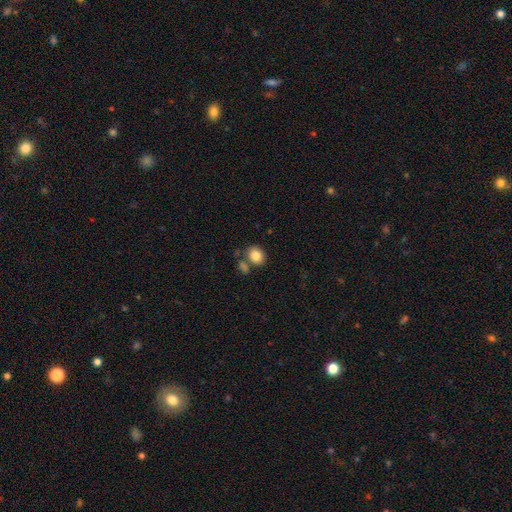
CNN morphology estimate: A smooth galaxy with no disk features (84%) that is round (54%).

Vote fractions:
- Smooth or featured? smooth: 84% / star or artifact: 9% / featured or disk: 8%
- How rounded? round: 54% / in between: 45% / cigar-shaped: 1%
- Merging? none: 66% / merger: 18% / minor disturbance: 12% / major disturbance: 4%